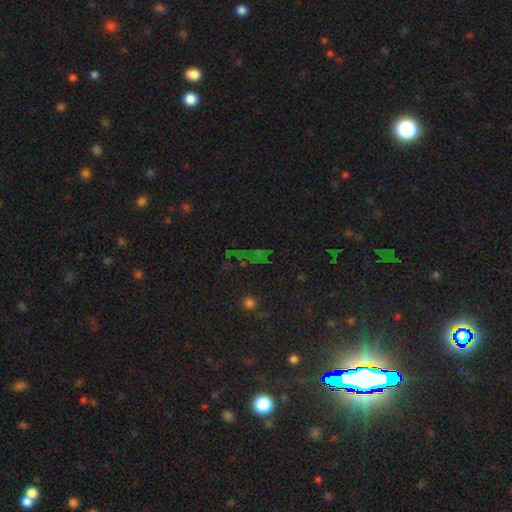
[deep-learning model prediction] Smooth or featured? Predicted: star or artifact (p=0.73).